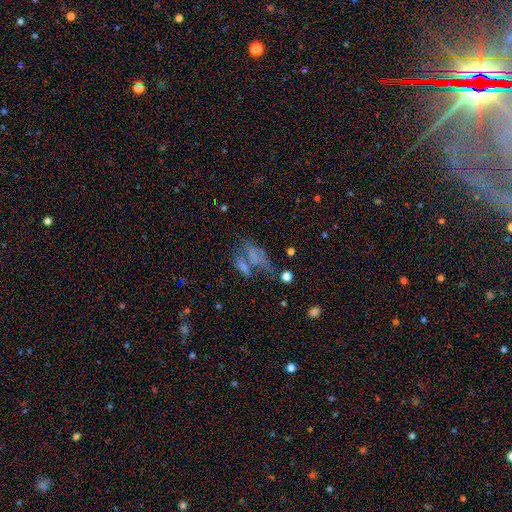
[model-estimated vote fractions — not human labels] Q: Smooth or featured?
A: smooth (47%); runner-up: featured or disk (30%)
Q: Merging?
A: merger (32%); runner-up: none (31%)